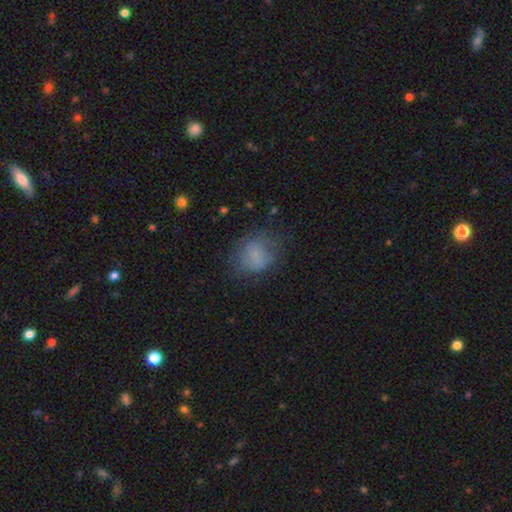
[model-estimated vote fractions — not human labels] Smooth or featured: smooth — 71% (featured or disk — 17%)
How rounded: round — 57% (in between — 42%)
Merging: none — 56% (minor disturbance — 25%)